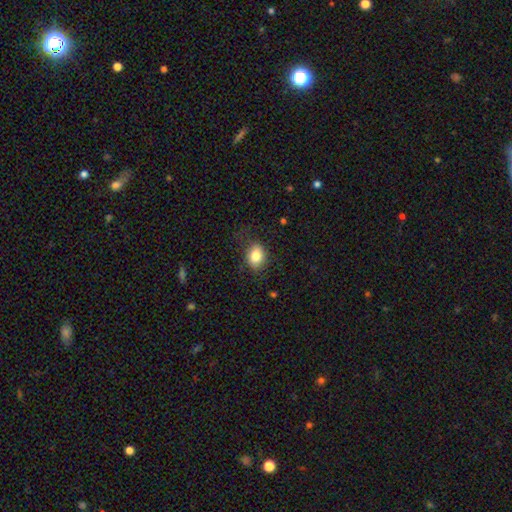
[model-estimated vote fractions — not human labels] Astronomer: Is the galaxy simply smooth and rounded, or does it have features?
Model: smooth — 81%.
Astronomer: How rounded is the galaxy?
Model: in between — 56% (runner-up: round, 43%).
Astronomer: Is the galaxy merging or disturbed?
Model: none — 78%.